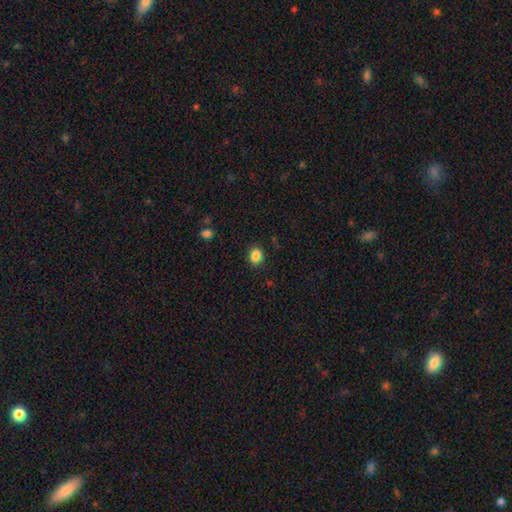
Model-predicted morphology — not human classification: Q: Smooth or featured?
A: smooth (86%); runner-up: star or artifact (10%)
Q: How rounded?
A: in between (54%); runner-up: round (46%)
Q: Merging?
A: none (88%); runner-up: minor disturbance (8%)